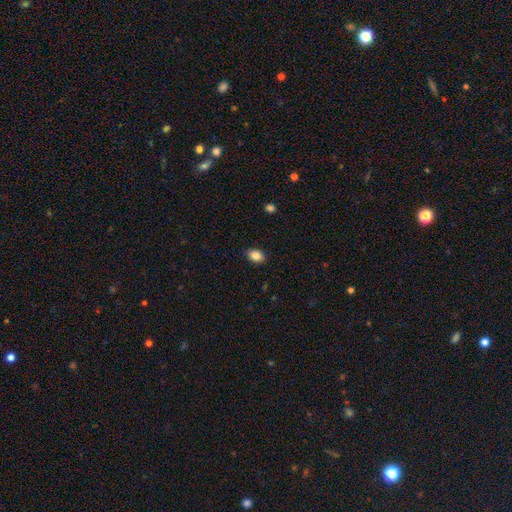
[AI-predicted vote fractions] Overall: smooth (85%). How rounded: in between (76%). Merging: none (88%).